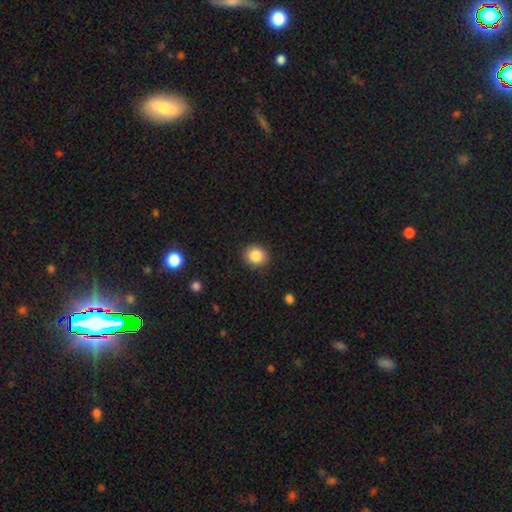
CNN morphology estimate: Overall: smooth (85%). How rounded: round (83%). Merging: none (90%).